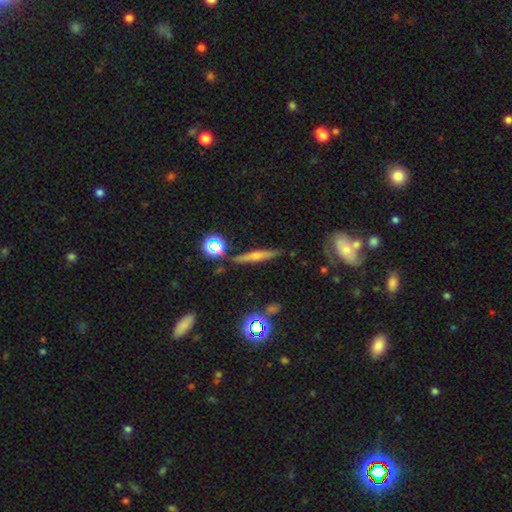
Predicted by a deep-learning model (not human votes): Overall: featured or disk (64%). Edge-on disk: yes (95%). Edge-on bulge: rounded (83%). Merging: none (84%).